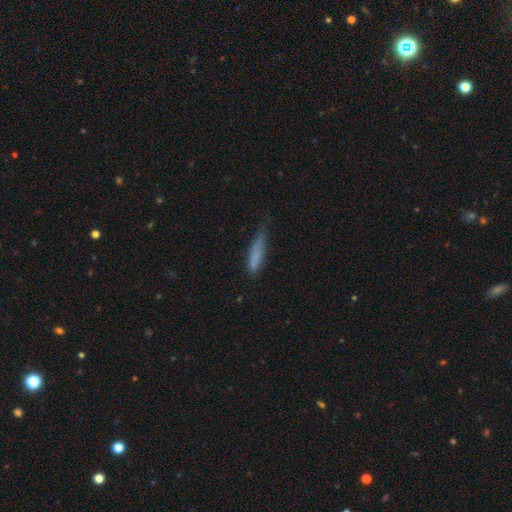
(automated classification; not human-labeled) Smooth or featured? smooth (78%)
How rounded? cigar-shaped (81%)
Merging? none (55%)